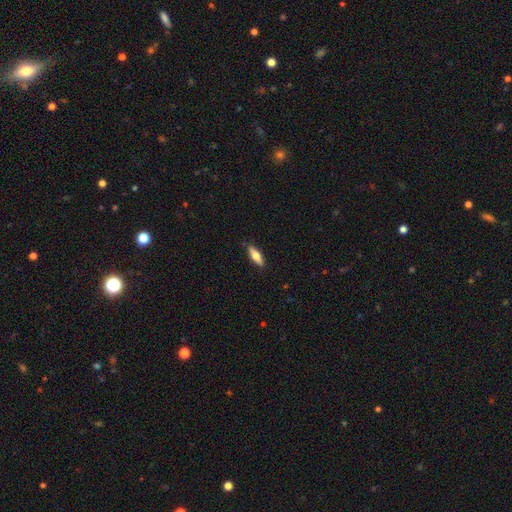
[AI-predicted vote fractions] smooth 59%, featured or disk 35%, star or artifact 6%. Down the decision tree: how rounded — in between (53%); merging — none (87%).